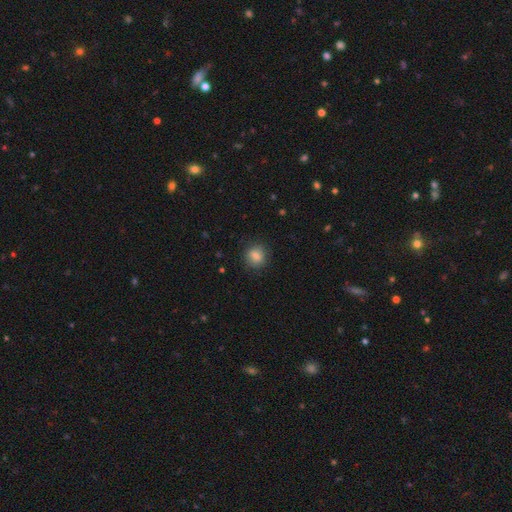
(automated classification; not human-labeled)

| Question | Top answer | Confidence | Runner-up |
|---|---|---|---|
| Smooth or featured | smooth | 78% | featured or disk (12%) |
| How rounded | round | 78% | in between (21%) |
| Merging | none | 84% | minor disturbance (11%) |